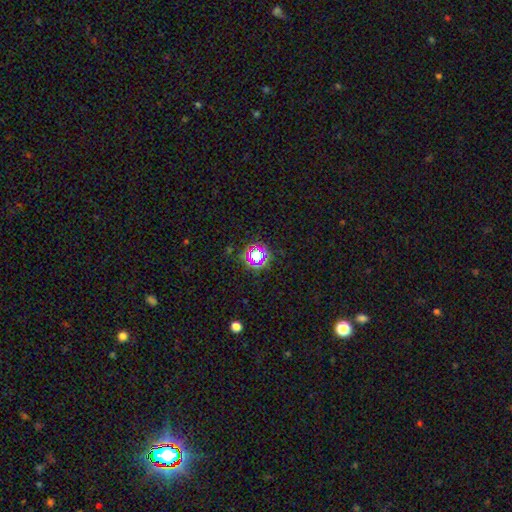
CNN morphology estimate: smooth-or-featured: star or artifact: 69% | smooth: 22% | featured or disk: 10%